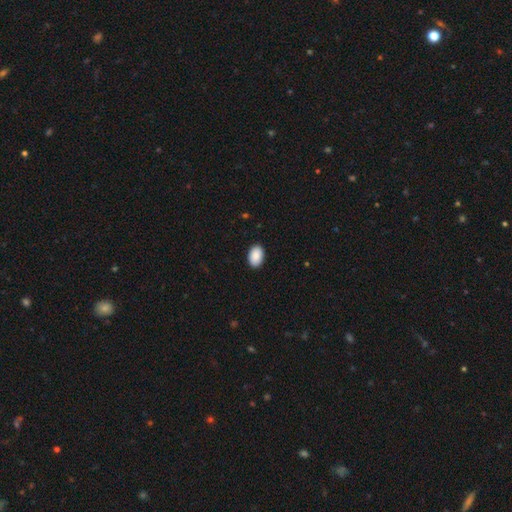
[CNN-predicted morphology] Smooth or featured? Predicted: smooth (p=0.91). How rounded? Predicted: in between (p=0.90). Merging? Predicted: none (p=0.90).